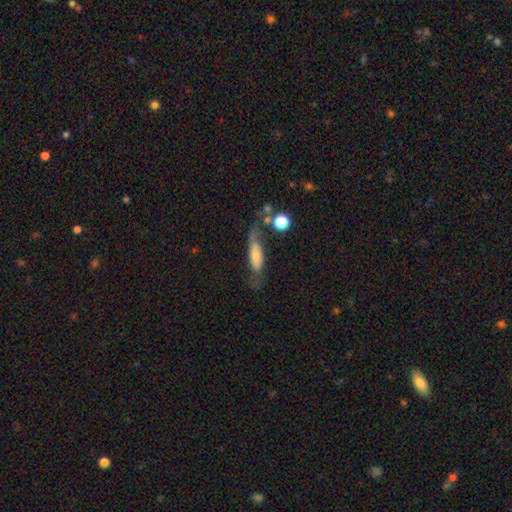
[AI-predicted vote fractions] This is possibly a featured or disk galaxy (56%). It is possibly viewed edge-on (53%). Merging: possibly none (58%).